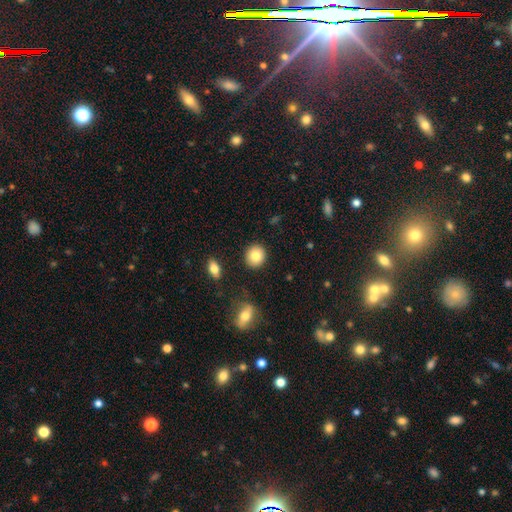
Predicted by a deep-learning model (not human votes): The model was most divided on "how rounded": round: 84%, in between: 15%, cigar-shaped: 1%. More confident: merging — none (90%); smooth or featured — smooth (83%).